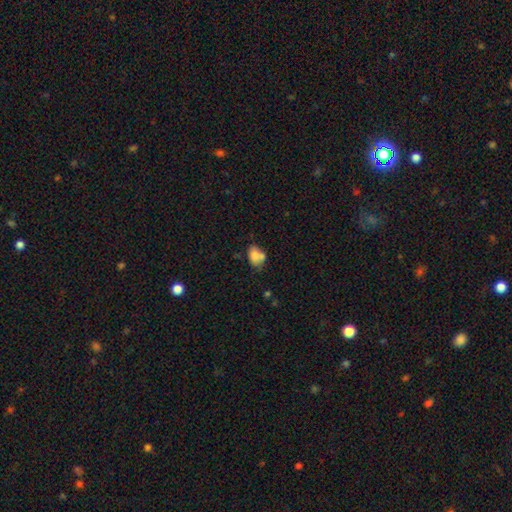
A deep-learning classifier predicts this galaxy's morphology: Smooth or featured? smooth (74%)
How rounded? in between (71%)
Merging? none (39%)